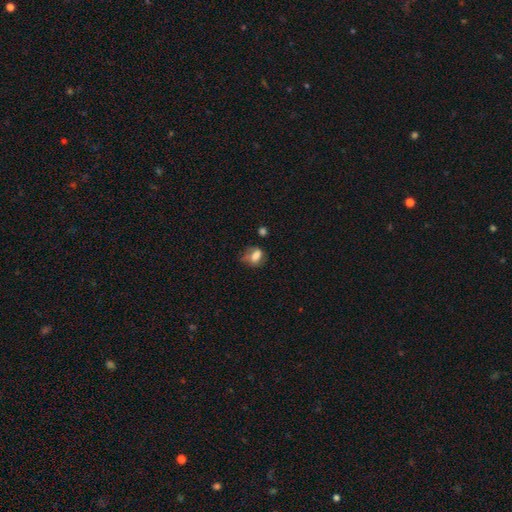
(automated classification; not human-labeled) Smooth or featured? smooth (71%)
How rounded? in between (68%)
Merging? none (42%)